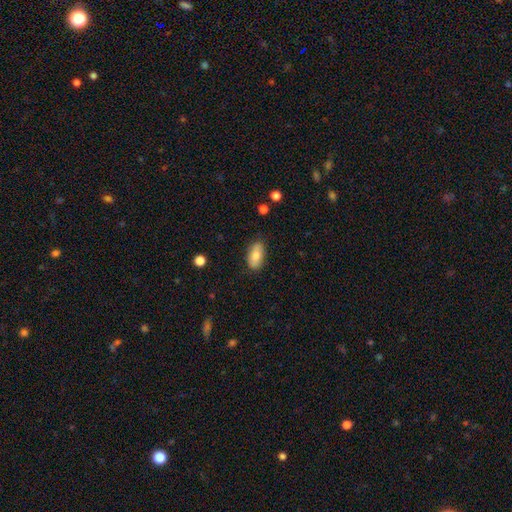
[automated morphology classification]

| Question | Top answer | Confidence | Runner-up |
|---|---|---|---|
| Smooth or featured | smooth | 77% | featured or disk (16%) |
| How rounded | in between | 91% | cigar-shaped (5%) |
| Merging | none | 81% | minor disturbance (15%) |